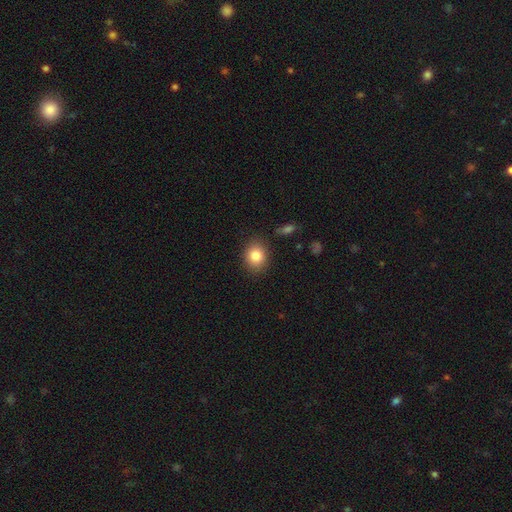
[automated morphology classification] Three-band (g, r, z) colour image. It shows a smooth galaxy with no disk features (84%) that is round (58%). Merging: none (85%).